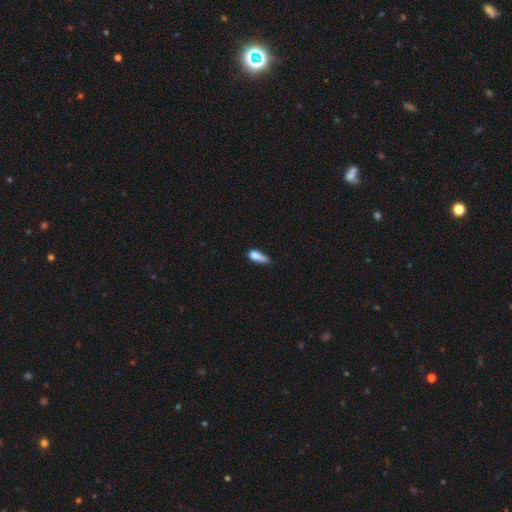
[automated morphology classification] Smooth or featured?
  - smooth: 74% *
  - featured or disk: 16%
  - star or artifact: 10%
How rounded?
  - in between: 57% *
  - cigar-shaped: 37%
  - round: 6%
Merging?
  - minor disturbance: 34% *
  - none: 31%
  - major disturbance: 25%
  - merger: 9%